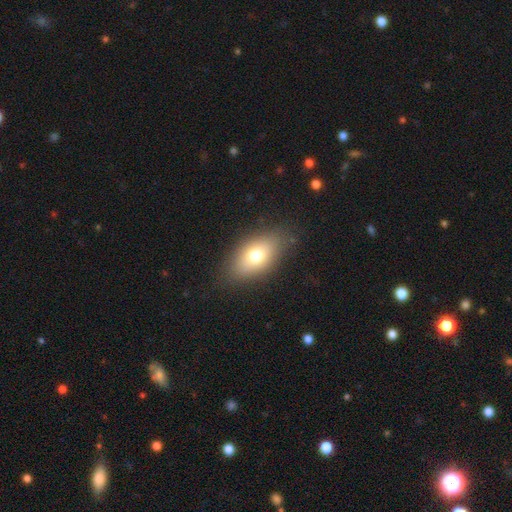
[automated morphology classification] This appears to be a smooth galaxy with no disk features (74%) that is in between round and cigar-shaped (88%). Merging: none (82%).